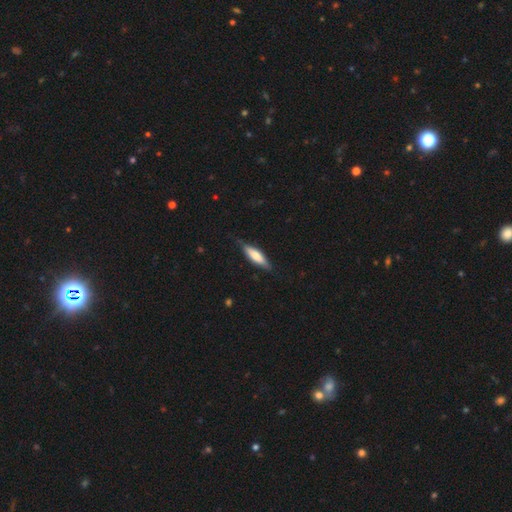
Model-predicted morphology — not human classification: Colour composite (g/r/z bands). It shows a smooth galaxy with no disk features (60%) that is cigar-shaped (62%). Merging: none (77%).